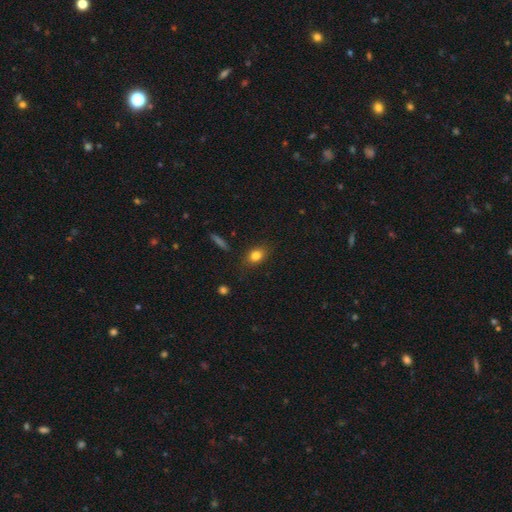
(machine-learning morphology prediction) A smooth galaxy with no disk features (81%) that is in between round and cigar-shaped (68%).

Vote fractions:
- Smooth or featured? smooth: 81% / star or artifact: 10% / featured or disk: 9%
- How rounded? in between: 68% / round: 29% / cigar-shaped: 3%
- Merging? none: 82% / minor disturbance: 13% / major disturbance: 3% / merger: 2%